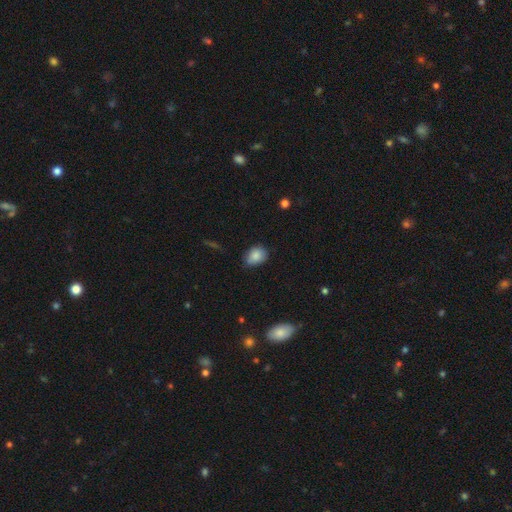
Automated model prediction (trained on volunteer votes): Smooth or featured?
  - smooth: 86% *
  - star or artifact: 8%
  - featured or disk: 6%
How rounded?
  - in between: 65% *
  - round: 34%
  - cigar-shaped: 1%
Merging?
  - none: 67% *
  - minor disturbance: 27%
  - major disturbance: 4%
  - merger: 1%